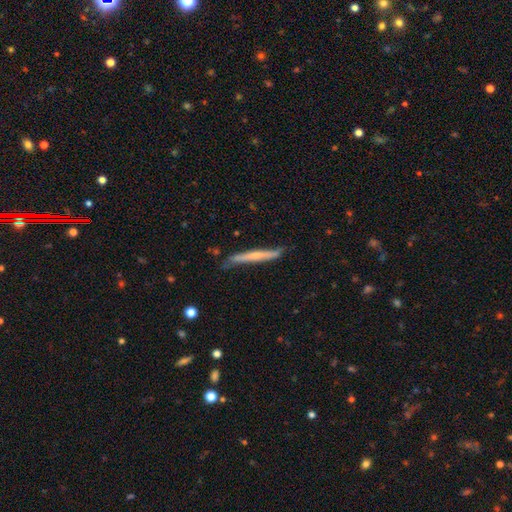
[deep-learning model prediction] smooth-or-featured: featured or disk: 50% | smooth: 44% | star or artifact: 6%
  disk-edge-on: yes: 93% | no: 7%
  merging: none: 74% | minor disturbance: 21% | major disturbance: 3% | merger: 2%